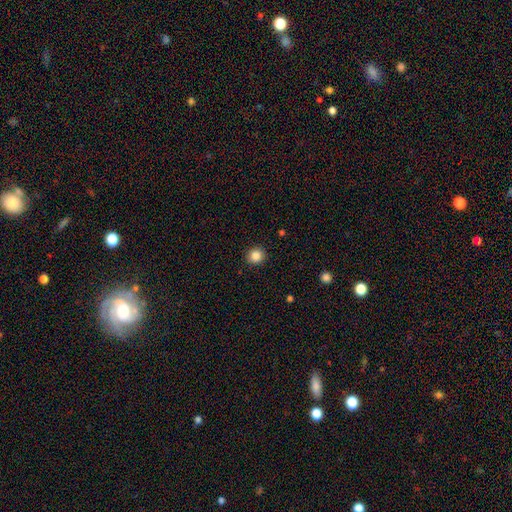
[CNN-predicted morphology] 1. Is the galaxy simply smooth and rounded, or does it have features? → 85% smooth, 10% star or artifact, 4% featured or disk.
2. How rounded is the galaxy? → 90% round, 9% in between, 1% cigar-shaped.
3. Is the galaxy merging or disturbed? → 92% none, 6% minor disturbance, 2% major disturbance, 1% merger.